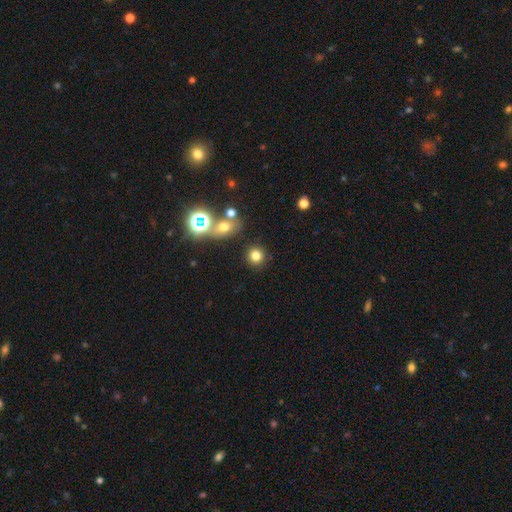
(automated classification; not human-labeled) A smooth galaxy with no disk features (76%) that is round (89%). Merging: none (85%).